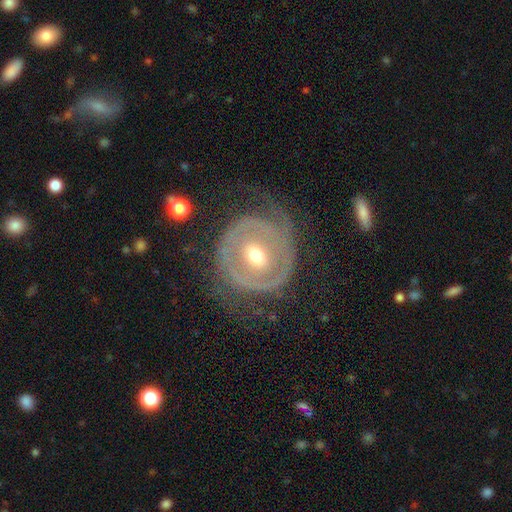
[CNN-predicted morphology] featured or disk 77%, smooth 18%, star or artifact 6%. Down the decision tree: edge-on disk — no (96%); bar — no (59%); spiral arms — yes (68%); bulge size — moderate (67%); merging — none (58%).